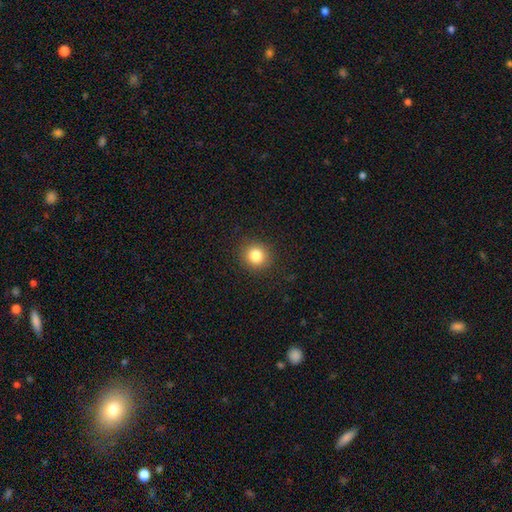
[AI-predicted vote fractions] Overall: smooth (83%). How rounded: round (88%). Merging: none (90%).